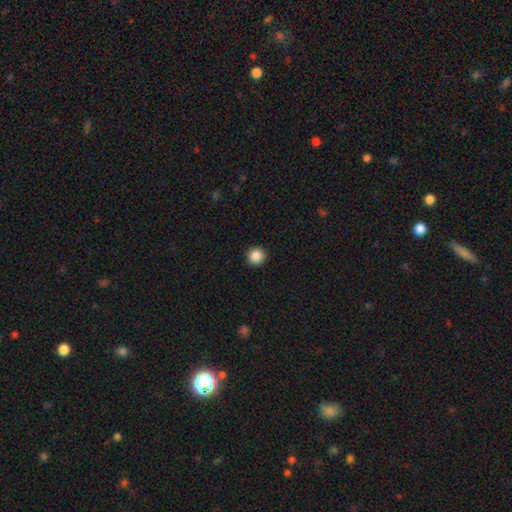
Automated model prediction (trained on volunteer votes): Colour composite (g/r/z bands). It shows a smooth galaxy with no disk features (88%) that is round (94%). Merging: none (93%).